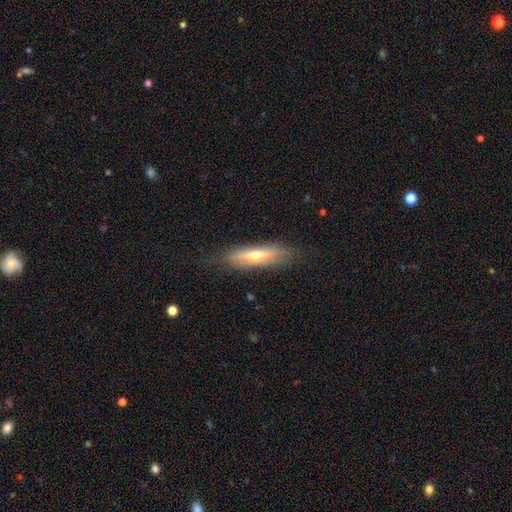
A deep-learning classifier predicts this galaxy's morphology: type=featured or disk (53%); edge-on=yes (76%); merging=none (79%).